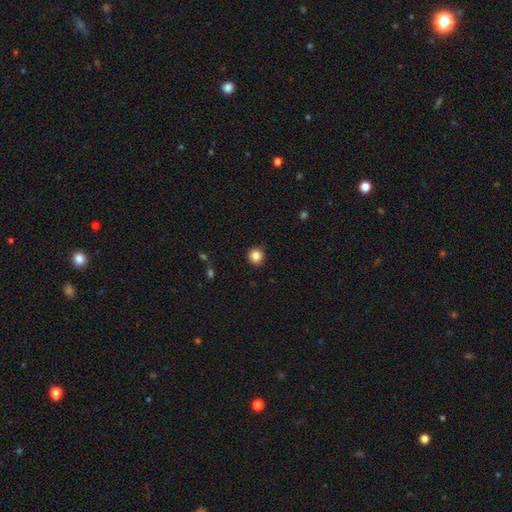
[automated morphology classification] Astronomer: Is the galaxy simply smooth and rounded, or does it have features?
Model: smooth — 85%.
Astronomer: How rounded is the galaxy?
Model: round — 91%.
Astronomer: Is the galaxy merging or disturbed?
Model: none — 90%.